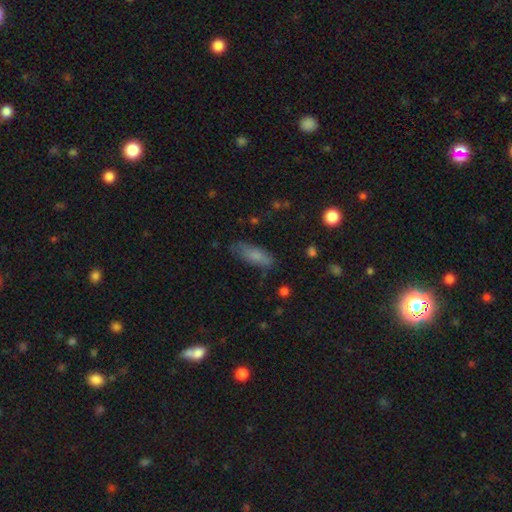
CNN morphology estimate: Overall: smooth (76%). How rounded: in between (62%; cigar-shaped 36%). Merging: none (70%).